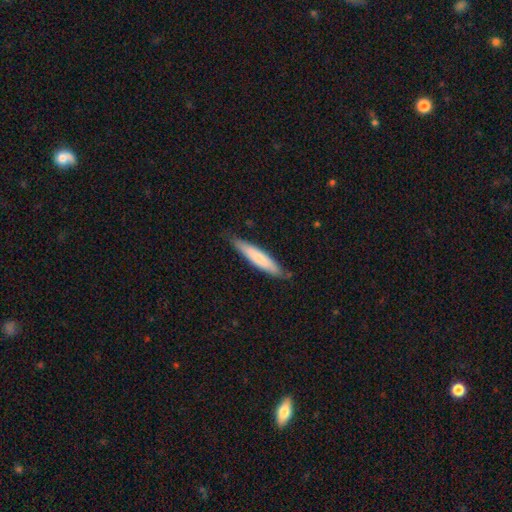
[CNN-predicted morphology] Smooth or featured: smooth — 70% (featured or disk — 24%)
How rounded: cigar-shaped — 89% (in between — 10%)
Merging: none — 84% (minor disturbance — 13%)